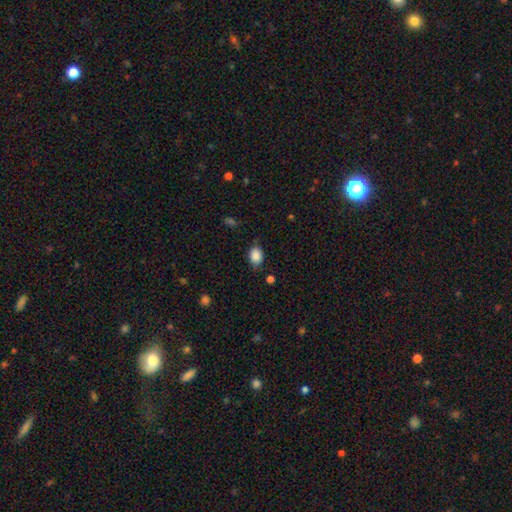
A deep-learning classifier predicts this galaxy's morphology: smooth 87%, star or artifact 8%, featured or disk 5%. Down the decision tree: how rounded — in between (68%); merging — none (72%).